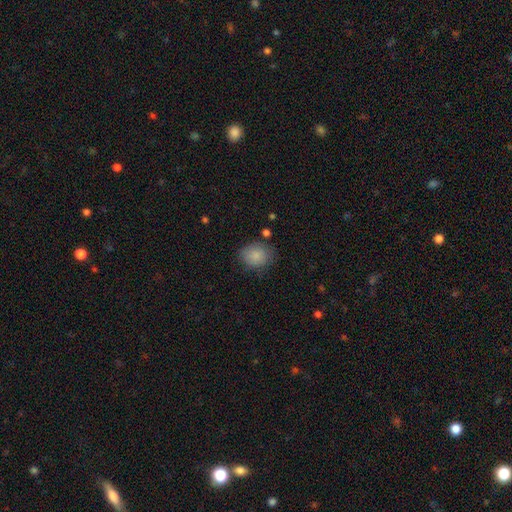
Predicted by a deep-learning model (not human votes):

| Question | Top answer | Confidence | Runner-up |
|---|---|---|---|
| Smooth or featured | smooth | 85% | star or artifact (8%) |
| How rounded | round | 54% | in between (45%) |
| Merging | none | 75% | minor disturbance (17%) |